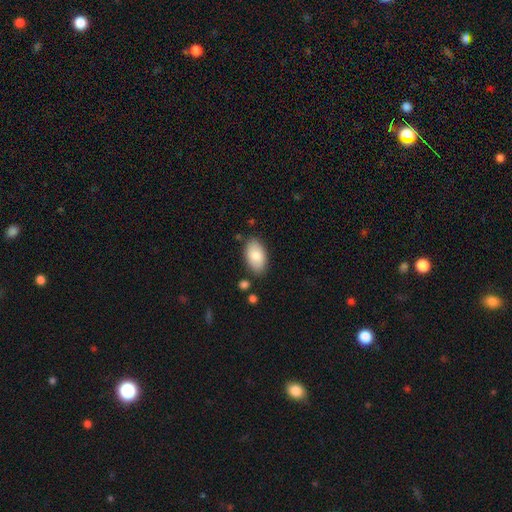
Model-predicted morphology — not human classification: Overall: smooth (83%). How rounded: in between (94%). Merging: none (82%).